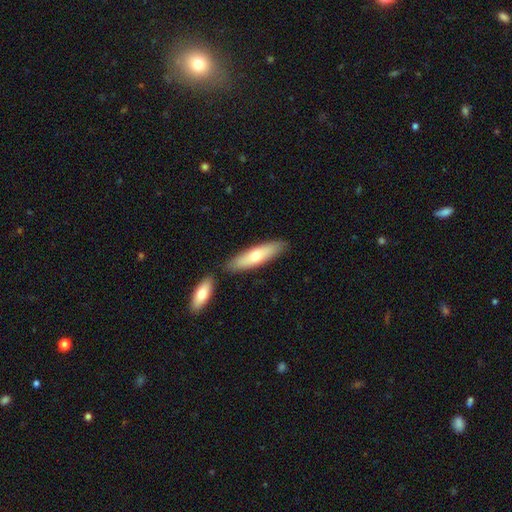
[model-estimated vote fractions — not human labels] Smooth or featured? Predicted: smooth (p=0.64). How rounded? Predicted: cigar-shaped (p=0.68). Merging? Predicted: none (p=0.78).